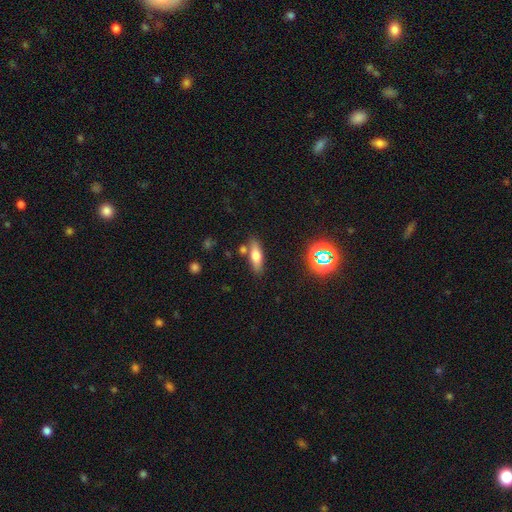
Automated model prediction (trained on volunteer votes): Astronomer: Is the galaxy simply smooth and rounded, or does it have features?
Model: smooth — 64%.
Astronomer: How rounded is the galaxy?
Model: in between — 53% (runner-up: cigar-shaped, 43%).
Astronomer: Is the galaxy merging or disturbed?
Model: none — 75%.